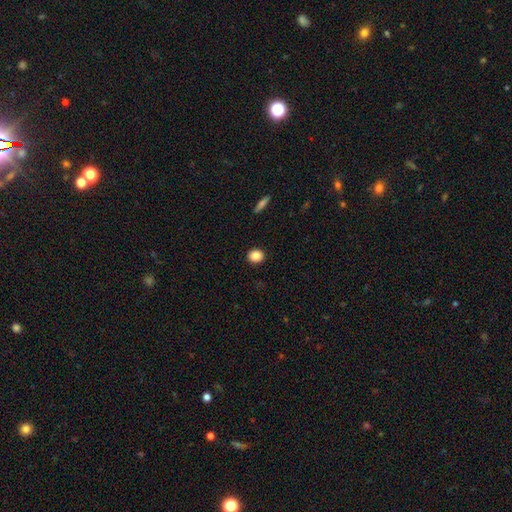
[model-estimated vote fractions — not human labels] smooth-or-featured: smooth: 87% | star or artifact: 9% | featured or disk: 4%
  how-rounded: round: 70% | in between: 28% | cigar-shaped: 1%
  merging: none: 91% | minor disturbance: 6% | major disturbance: 2% | merger: 1%